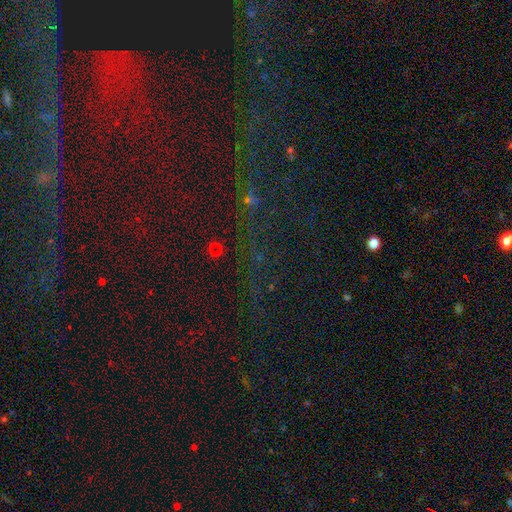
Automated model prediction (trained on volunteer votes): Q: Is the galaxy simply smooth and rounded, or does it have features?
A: star or artifact — 80%.